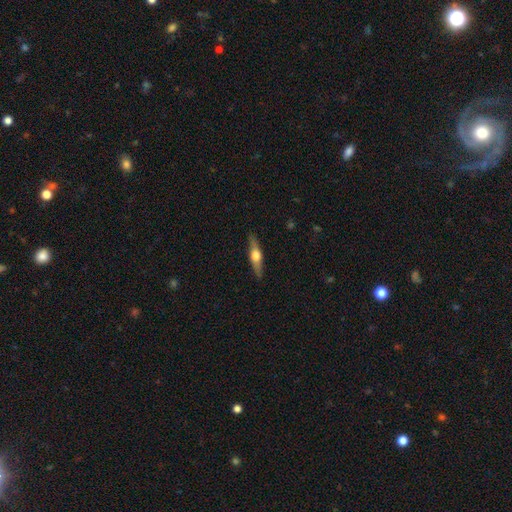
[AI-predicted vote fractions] Morphology: type=featured or disk (63%); edge-on=yes (95%); edge-on bulge=rounded (94%); merging=none (89%).